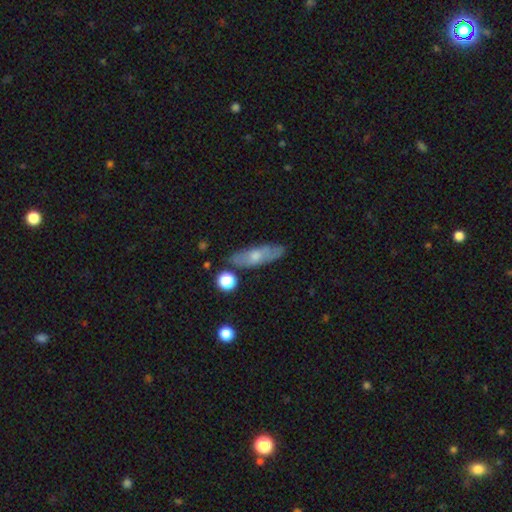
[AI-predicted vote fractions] Smooth or featured: smooth — 47% (featured or disk — 44%)
Merging: none — 78% (minor disturbance — 15%)